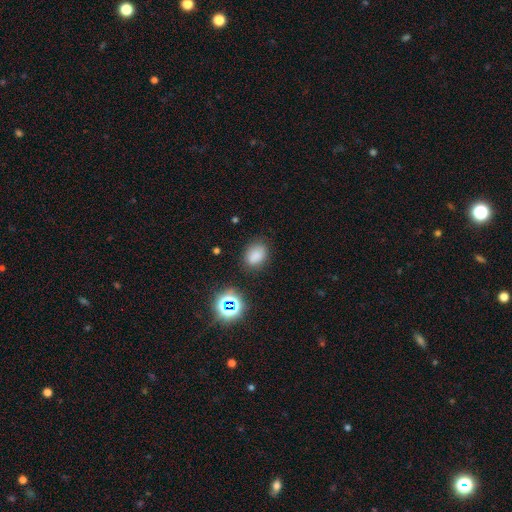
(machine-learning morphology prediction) Overall: smooth (78%). How rounded: in between (67%; round 32%). Merging: none (77%).